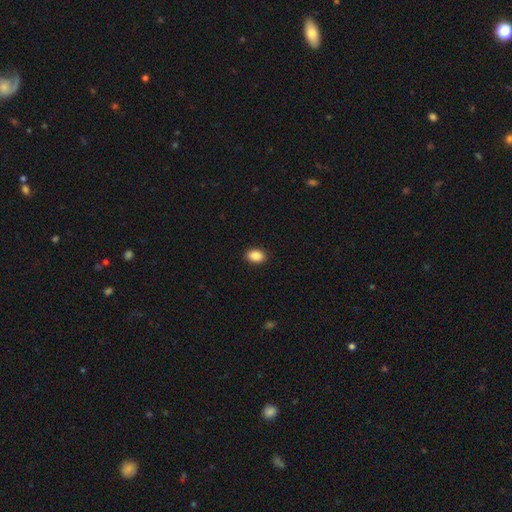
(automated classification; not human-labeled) Smooth or featured? Predicted: smooth (p=0.90). How rounded? Predicted: in between (p=0.83). Merging? Predicted: none (p=0.91).